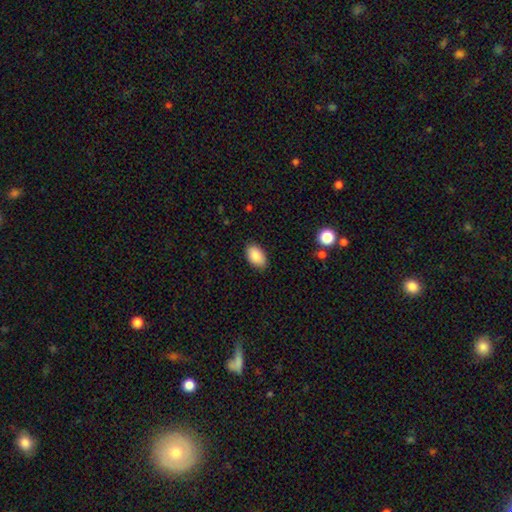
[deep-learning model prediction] smooth-or-featured: smooth: 87% | star or artifact: 7% | featured or disk: 6%
  how-rounded: in between: 94% | round: 5% | cigar-shaped: 1%
  merging: none: 87% | minor disturbance: 10% | major disturbance: 2% | merger: 1%